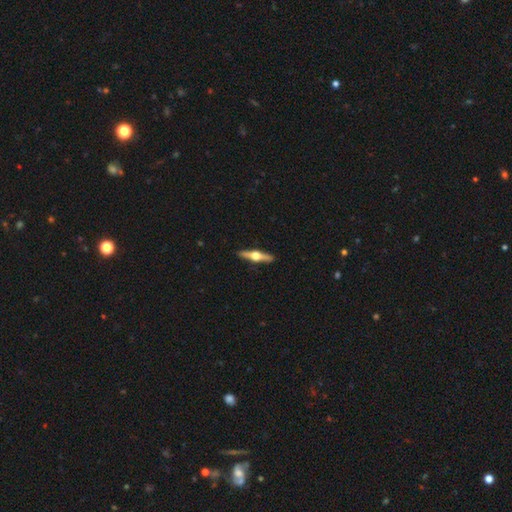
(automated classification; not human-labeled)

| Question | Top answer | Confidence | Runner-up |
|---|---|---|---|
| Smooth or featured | featured or disk | 77% | smooth (18%) |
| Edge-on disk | yes | 98% | no (2%) |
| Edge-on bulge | rounded | 97% | boxy (2%) |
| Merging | none | 91% | minor disturbance (6%) |